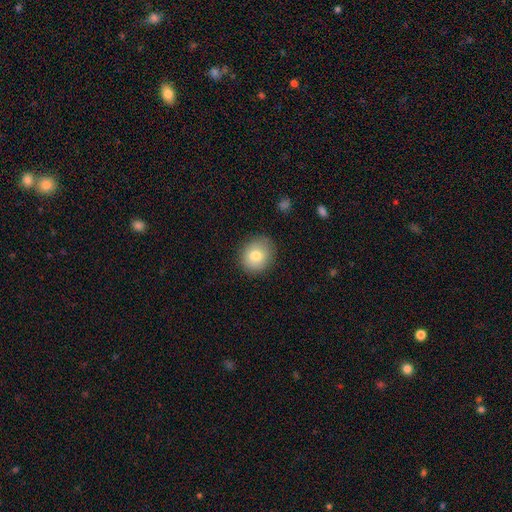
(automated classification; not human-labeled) This is likely a smooth galaxy (79%). How rounded: likely round (74%). Merging: clearly none (86%).